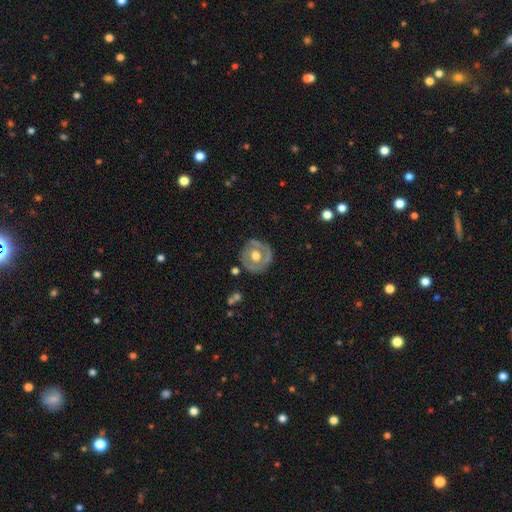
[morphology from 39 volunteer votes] Smooth or featured: featured or disk — 59% (smooth — 36%)
Edge-on disk: no — 83% (yes — 17%)
Bar: no — 95% (weak — 5%)
Spiral arms: no — 79% (yes — 21%)
Bulge size: moderate — 68% (large — 32%)
Merging: none — 73% (minor disturbance — 22%)